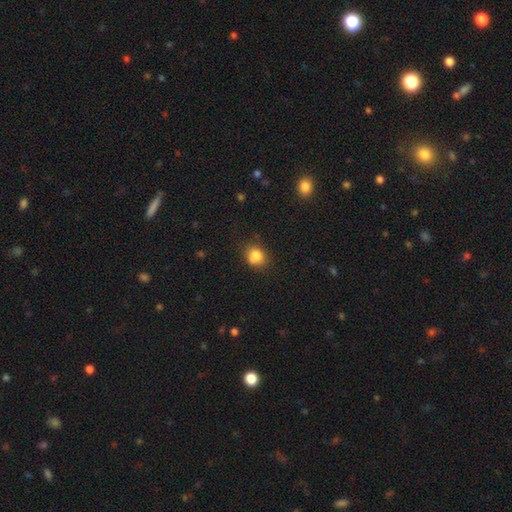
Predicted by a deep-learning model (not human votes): Smooth or featured?
  - smooth: 83% *
  - star or artifact: 11%
  - featured or disk: 7%
How rounded?
  - round: 73% *
  - in between: 26%
  - cigar-shaped: 1%
Merging?
  - none: 71% *
  - minor disturbance: 21%
  - major disturbance: 5%
  - merger: 4%